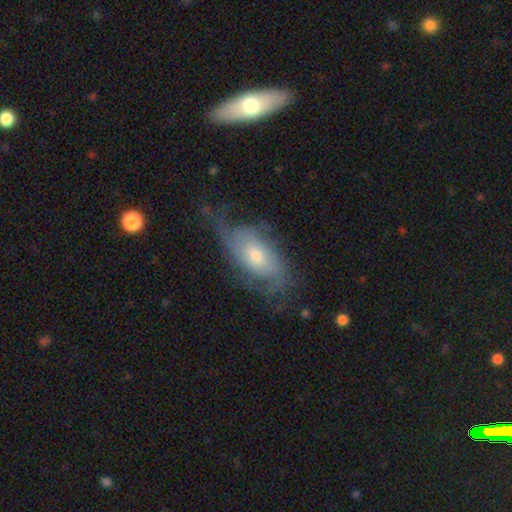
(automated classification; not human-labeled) Smooth or featured? Predicted: featured or disk (p=0.72). Edge-on disk? Predicted: no (p=0.91). Bar? Predicted: no (p=0.73). Spiral arms? Predicted: yes (p=0.89). Spiral winding? Predicted: medium (p=0.39). Spiral arm count? Predicted: 2 (p=0.46). Bulge size? Predicted: moderate (p=0.51). Merging? Predicted: none (p=0.55).